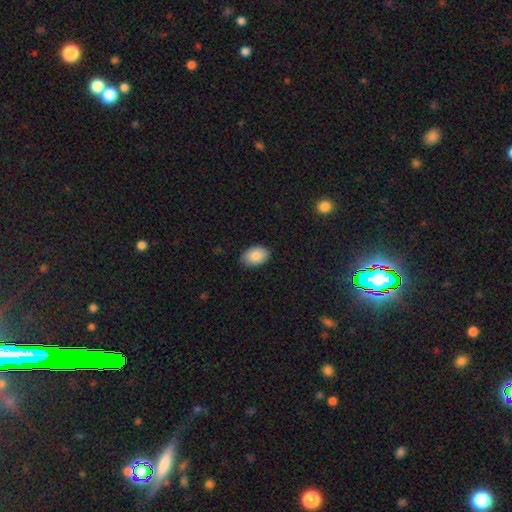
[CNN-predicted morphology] smooth-or-featured: smooth: 87% | star or artifact: 7% | featured or disk: 6%
  how-rounded: in between: 86% | round: 13% | cigar-shaped: 1%
  merging: none: 85% | minor disturbance: 12% | major disturbance: 2% | merger: 1%